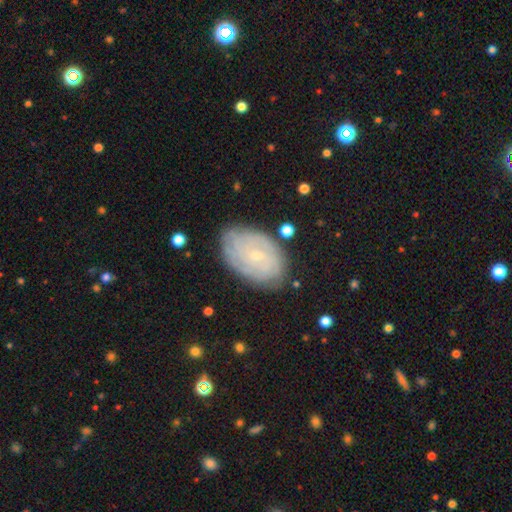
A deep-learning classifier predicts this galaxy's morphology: This is likely a featured or disk galaxy (65%). It is clearly not viewed edge-on (95%). Bar: likely no (74%). Spiral arm pattern: clearly yes (87%). Spiral arm count: possibly can't tell (54%). Spiral winding: likely tight (76%). Central bulge: likely small (80%). Merging: likely none (79%).